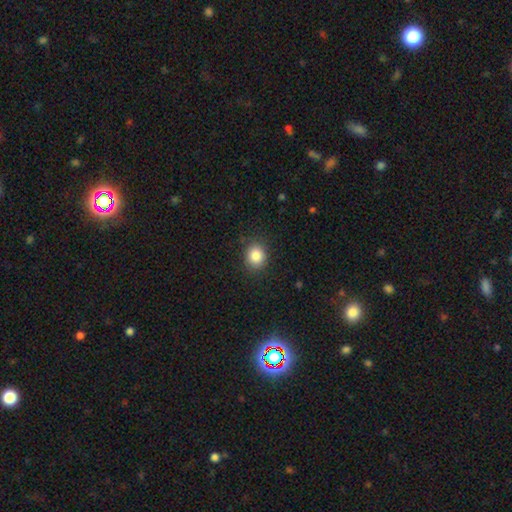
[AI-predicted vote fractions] smooth-or-featured: smooth: 85% | star or artifact: 10% | featured or disk: 5%
  how-rounded: round: 70% | in between: 30% | cigar-shaped: 1%
  merging: none: 87% | minor disturbance: 9% | major disturbance: 3% | merger: 1%